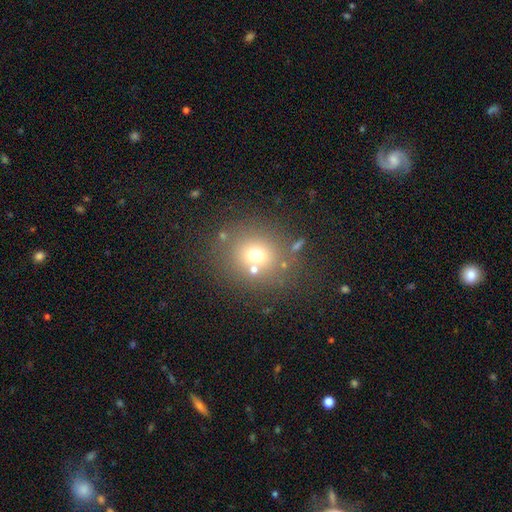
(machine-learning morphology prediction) This appears to be a smooth galaxy with no disk features (67%) that is round (81%). Merging: none (73%).